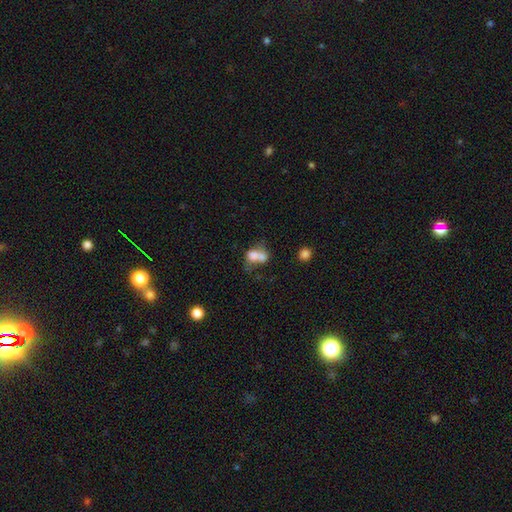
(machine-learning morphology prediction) This is likely a smooth galaxy (66%). How rounded: possibly in between (59%). Merging: possibly merger (59%).